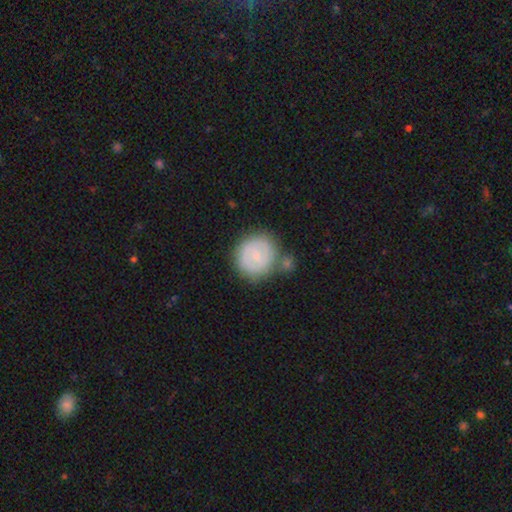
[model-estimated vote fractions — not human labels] Smooth or featured? featured or disk (54%)
Edge-on disk? no (97%)
Bar? no (48%)
Spiral arms? yes (73%)
Bulge size? small (62%)
Merging? none (67%)